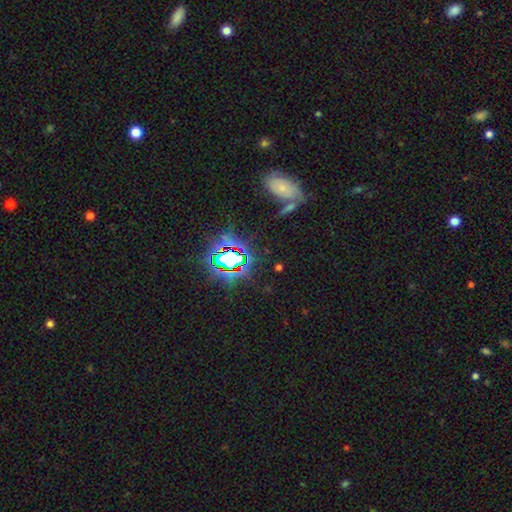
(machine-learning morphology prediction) smooth_or_featured: star or artifact (p=0.75) [alt: smooth p=0.14]